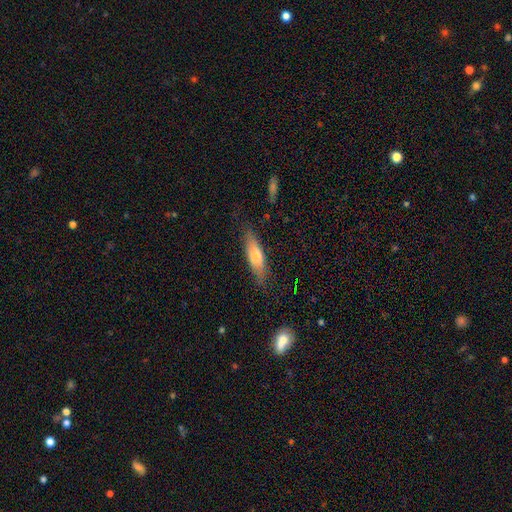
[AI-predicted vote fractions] Smooth or featured? Predicted: smooth (p=0.66). How rounded? Predicted: cigar-shaped (p=0.63). Merging? Predicted: none (p=0.79).